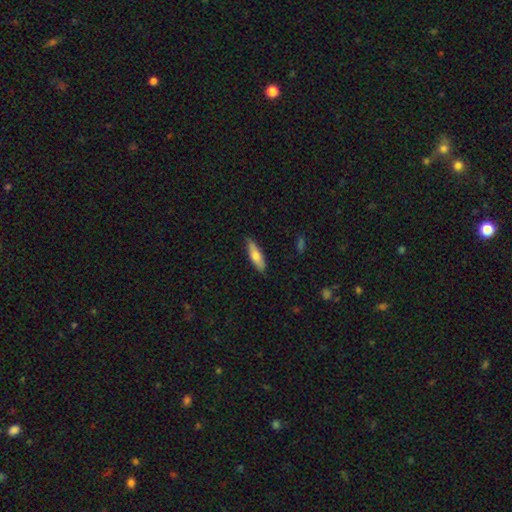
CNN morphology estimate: This appears to be a smooth galaxy with no disk features (67%) that is cigar-shaped (57%). Merging: none (82%).